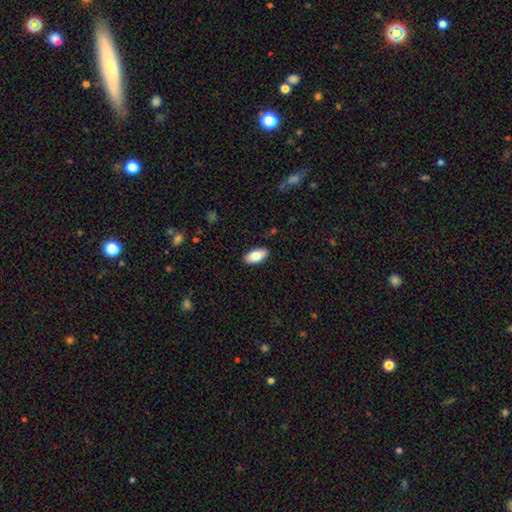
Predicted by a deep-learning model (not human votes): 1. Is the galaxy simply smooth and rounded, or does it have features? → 79% smooth, 14% featured or disk, 6% star or artifact.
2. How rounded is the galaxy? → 92% in between, 6% cigar-shaped, 2% round.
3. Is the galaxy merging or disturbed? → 89% none, 8% minor disturbance, 2% major disturbance, 1% merger.